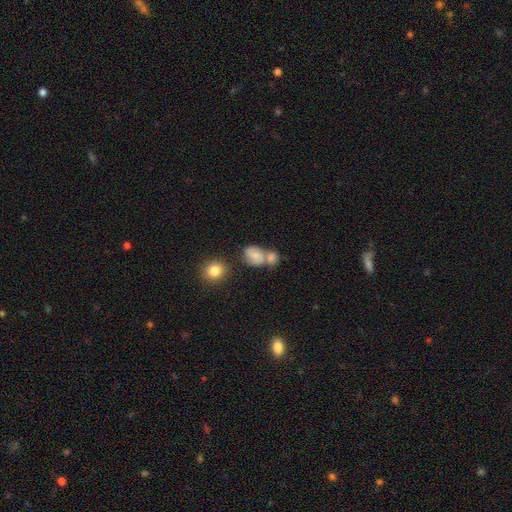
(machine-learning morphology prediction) A smooth galaxy with no disk features (58%) that is in between round and cigar-shaped (67%). Merging: merger (48%).